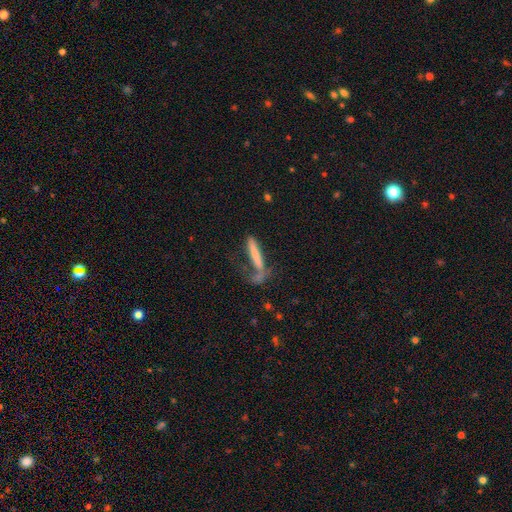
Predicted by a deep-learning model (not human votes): Smooth or featured: smooth — 60% (featured or disk — 31%)
How rounded: cigar-shaped — 89% (in between — 9%)
Merging: none — 39% (major disturbance — 27%)